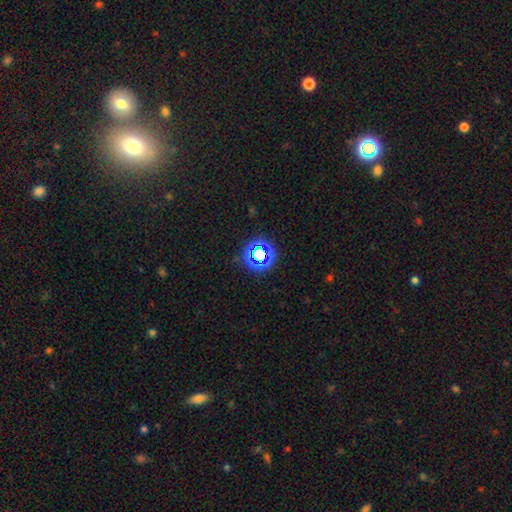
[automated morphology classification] A star or artifact, not a galaxy (52%).

Vote fractions:
- Smooth or featured? star or artifact: 52% / smooth: 37% / featured or disk: 11%